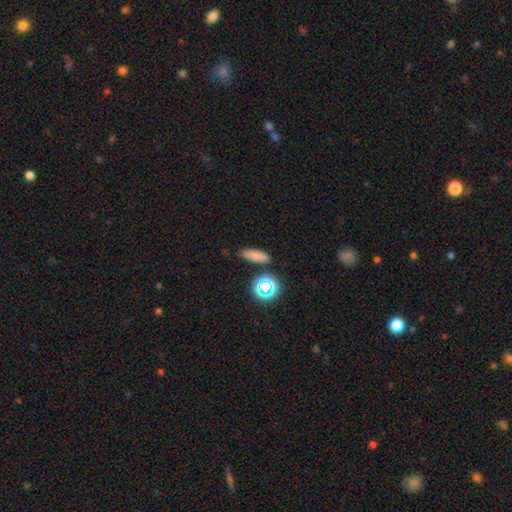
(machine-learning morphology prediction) This appears to be a smooth galaxy with no disk features (75%) that is in between round and cigar-shaped (47%). Merging: none (82%).